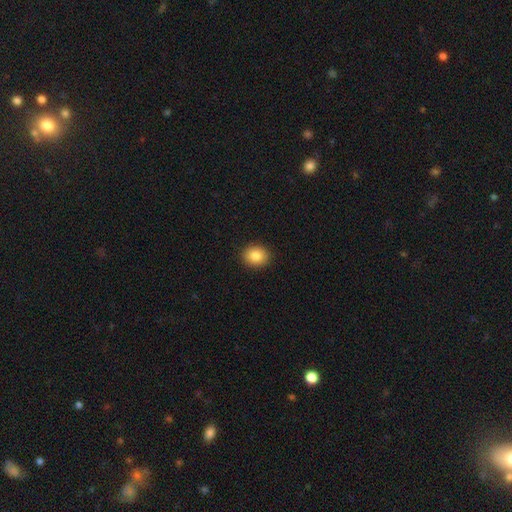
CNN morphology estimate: Q: Smooth or featured?
A: smooth (85%); runner-up: star or artifact (9%)
Q: How rounded?
A: round (59%); runner-up: in between (40%)
Q: Merging?
A: none (91%); runner-up: minor disturbance (6%)